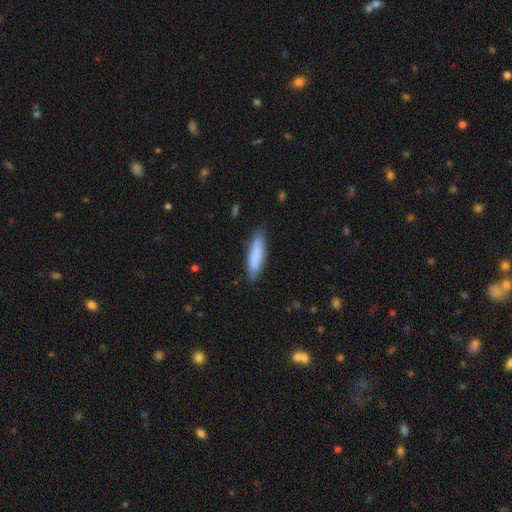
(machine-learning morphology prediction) This appears to be a smooth galaxy with no disk features (83%) that is cigar-shaped (70%). Merging: none (84%).